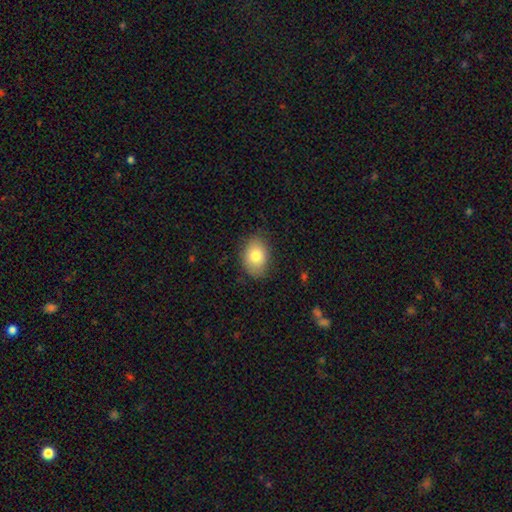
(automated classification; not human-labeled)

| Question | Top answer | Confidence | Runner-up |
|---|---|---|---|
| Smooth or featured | smooth | 79% | featured or disk (13%) |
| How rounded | in between | 73% | round (26%) |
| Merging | none | 80% | minor disturbance (15%) |